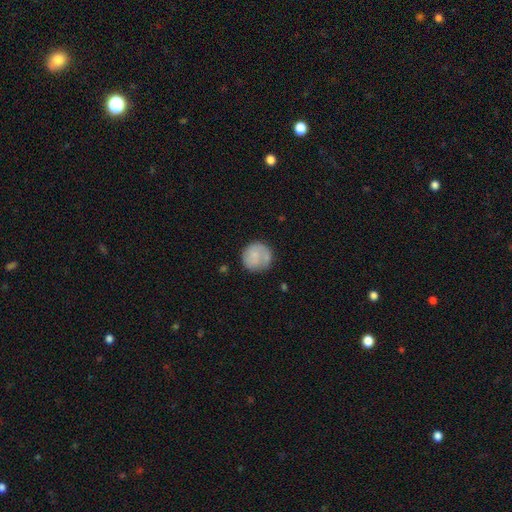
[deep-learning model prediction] Q: Smooth or featured?
A: smooth (70%); runner-up: featured or disk (23%)
Q: How rounded?
A: round (91%); runner-up: in between (8%)
Q: Merging?
A: none (67%); runner-up: minor disturbance (20%)